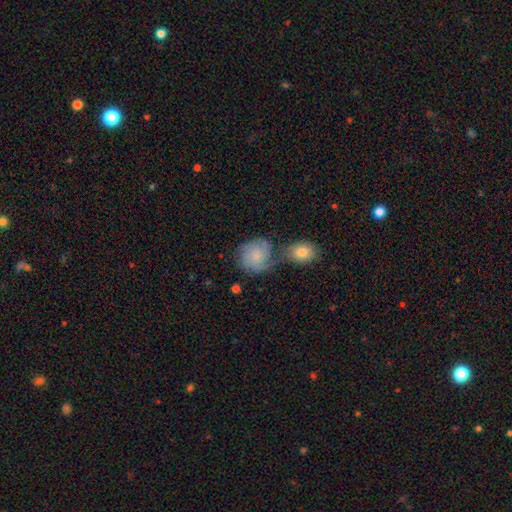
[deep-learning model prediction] Morphology: type=smooth (56%); roundness=round (71%); merging=none (40%).